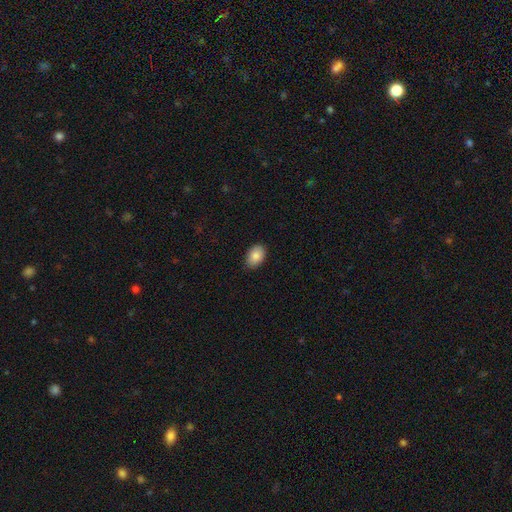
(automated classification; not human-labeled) smooth-or-featured: smooth: 87% | star or artifact: 7% | featured or disk: 6%
  how-rounded: in between: 86% | round: 13% | cigar-shaped: 1%
  merging: none: 86% | minor disturbance: 11% | major disturbance: 2% | merger: 1%